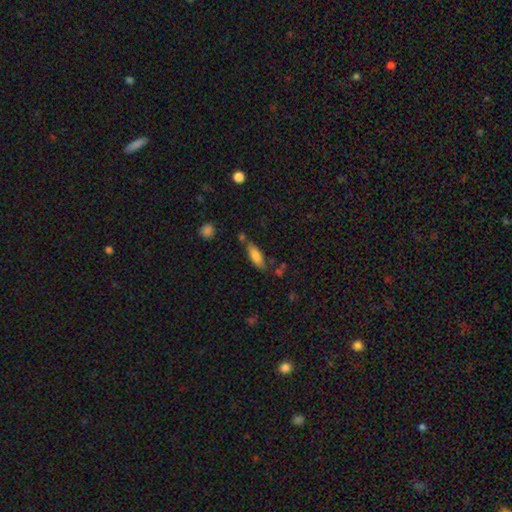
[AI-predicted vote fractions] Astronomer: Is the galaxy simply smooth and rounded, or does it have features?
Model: smooth — 80%.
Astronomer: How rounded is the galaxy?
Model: in between — 62%.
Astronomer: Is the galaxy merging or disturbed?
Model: none — 69%.